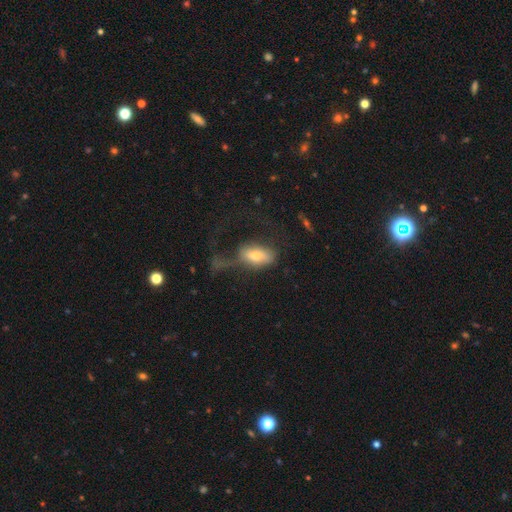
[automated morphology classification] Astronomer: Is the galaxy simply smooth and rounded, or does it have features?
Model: smooth — 63%.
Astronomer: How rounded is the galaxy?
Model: in between — 87%.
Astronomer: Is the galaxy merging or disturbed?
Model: major disturbance — 52%.